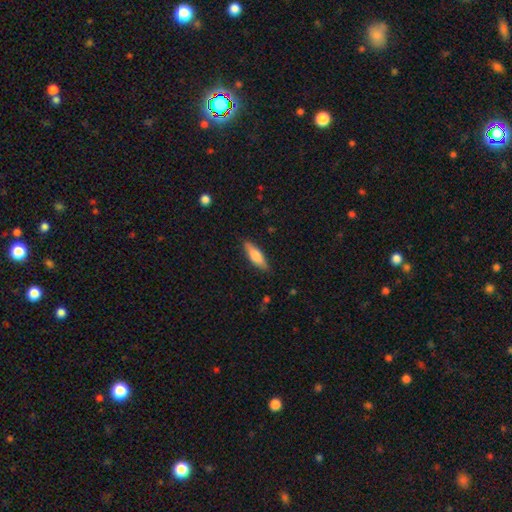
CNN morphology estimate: Overall: smooth (70%). How rounded: cigar-shaped (51%; in between 47%). Merging: none (85%).